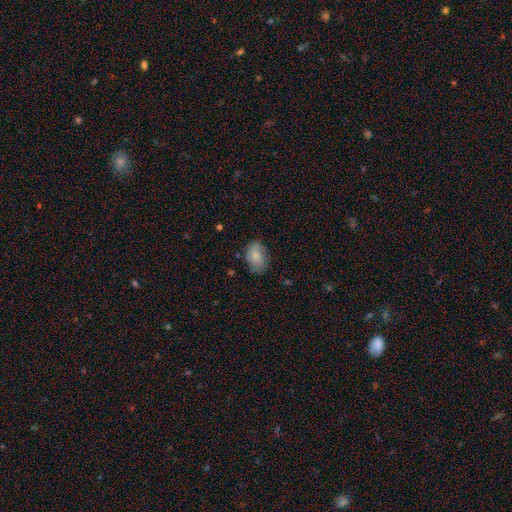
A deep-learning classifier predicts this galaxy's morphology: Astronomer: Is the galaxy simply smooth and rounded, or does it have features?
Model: smooth — 77%.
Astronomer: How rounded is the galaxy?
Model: in between — 84%.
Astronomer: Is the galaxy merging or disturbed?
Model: none — 71%.